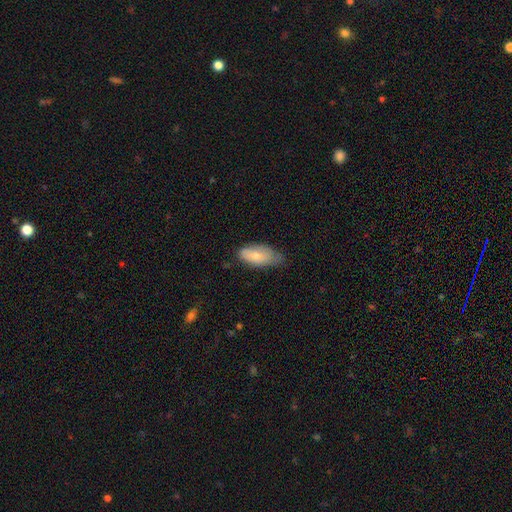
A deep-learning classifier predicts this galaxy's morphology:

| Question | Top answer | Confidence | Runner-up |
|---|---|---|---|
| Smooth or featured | smooth | 75% | featured or disk (18%) |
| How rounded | in between | 89% | cigar-shaped (8%) |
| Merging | none | 46% | minor disturbance (42%) |